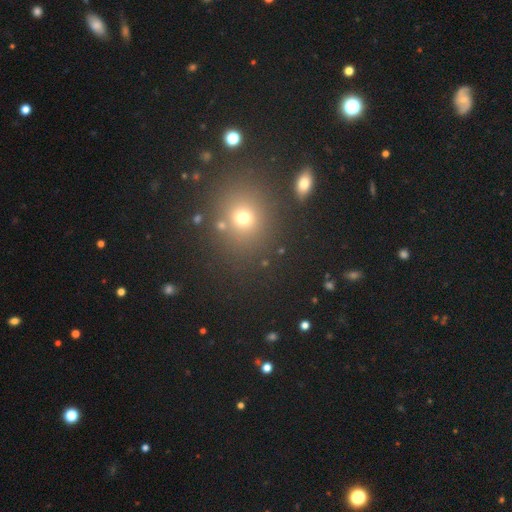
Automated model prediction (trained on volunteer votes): Smooth or featured?
  - smooth: 52% *
  - star or artifact: 40%
  - featured or disk: 8%
How rounded?
  - round: 79% *
  - in between: 19%
  - cigar-shaped: 1%
Merging?
  - none: 87% *
  - minor disturbance: 7%
  - merger: 3%
  - major disturbance: 3%